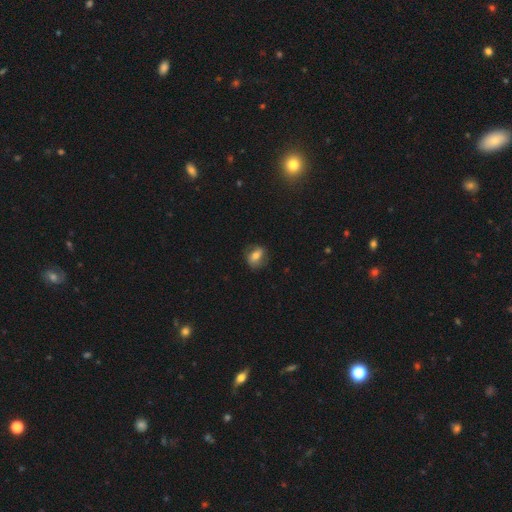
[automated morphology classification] This appears to be a smooth galaxy with no disk features (58%) that is in between round and cigar-shaped (60%). Merging: none (74%).